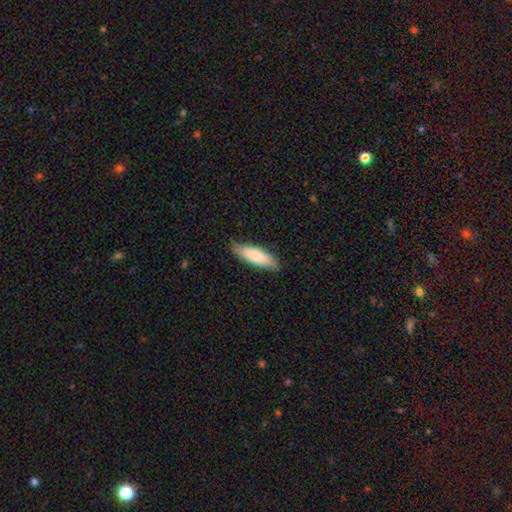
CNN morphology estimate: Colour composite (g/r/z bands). It shows a smooth galaxy with no disk features (80%) that is in between round and cigar-shaped (50%). Merging: none (82%).